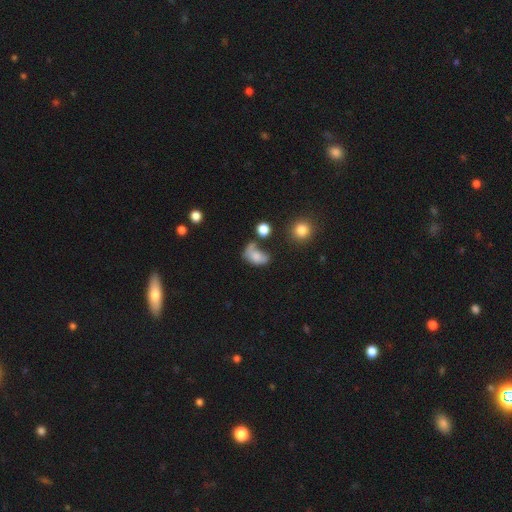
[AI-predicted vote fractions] Q: Smooth or featured?
A: smooth (62%); runner-up: featured or disk (25%)
Q: How rounded?
A: in between (82%); runner-up: round (16%)
Q: Merging?
A: major disturbance (31%); runner-up: none (24%)